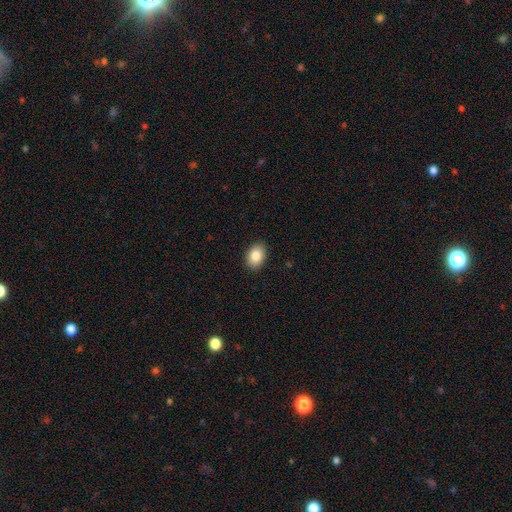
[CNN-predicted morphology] The model was most divided on "how rounded": in between: 82%, round: 17%, cigar-shaped: 1%. More confident: merging — none (90%); smooth or featured — smooth (86%).